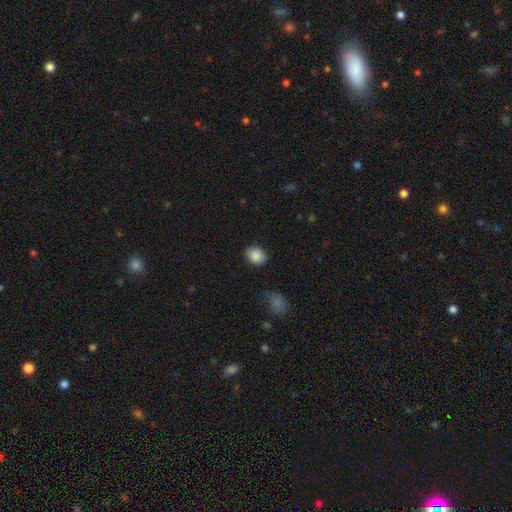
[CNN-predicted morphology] Overall: smooth (87%). How rounded: round (54%; in between 45%). Merging: none (85%).